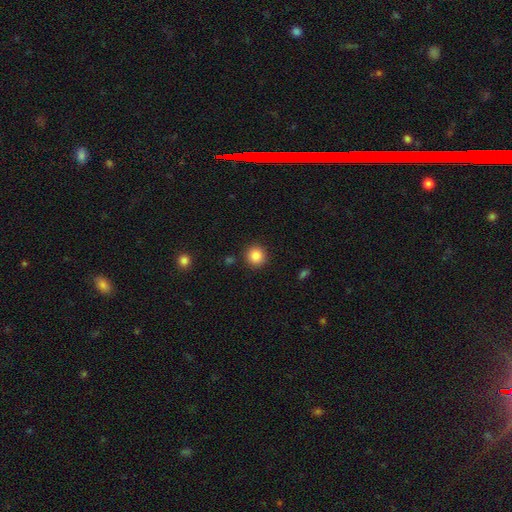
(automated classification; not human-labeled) Smooth or featured? smooth (87%)
How rounded? round (91%)
Merging? none (90%)